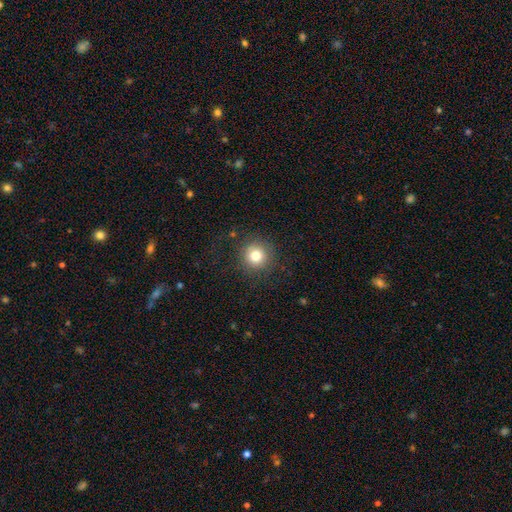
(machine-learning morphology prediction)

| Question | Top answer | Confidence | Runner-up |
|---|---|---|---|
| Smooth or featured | smooth | 79% | star or artifact (12%) |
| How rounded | round | 94% | in between (5%) |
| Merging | none | 86% | minor disturbance (8%) |